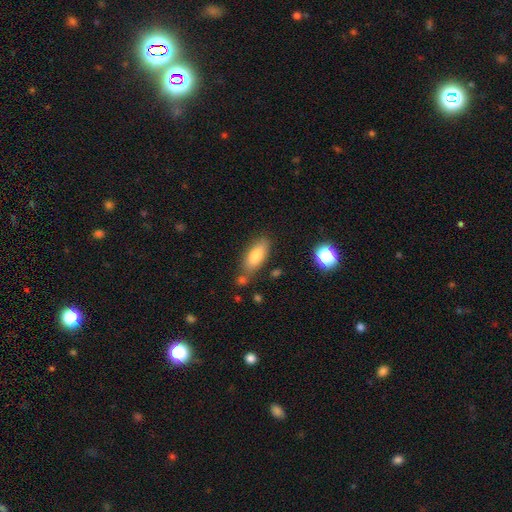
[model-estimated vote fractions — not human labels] Smooth or featured?
  - smooth: 80% *
  - featured or disk: 12%
  - star or artifact: 7%
How rounded?
  - in between: 74% *
  - cigar-shaped: 24%
  - round: 3%
Merging?
  - none: 71% *
  - minor disturbance: 17%
  - merger: 8%
  - major disturbance: 4%